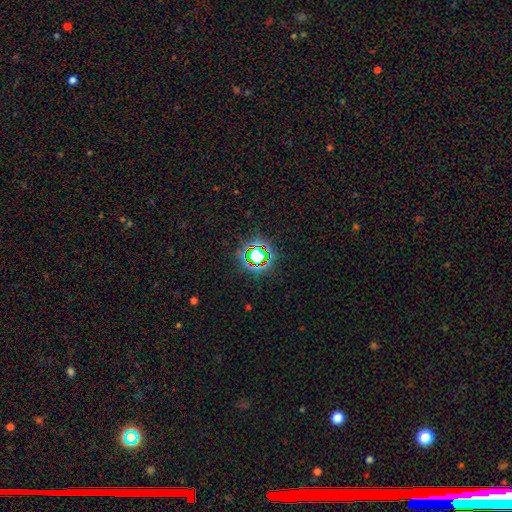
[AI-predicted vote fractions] smooth_or_featured: star or artifact (p=0.70) [alt: smooth p=0.20]